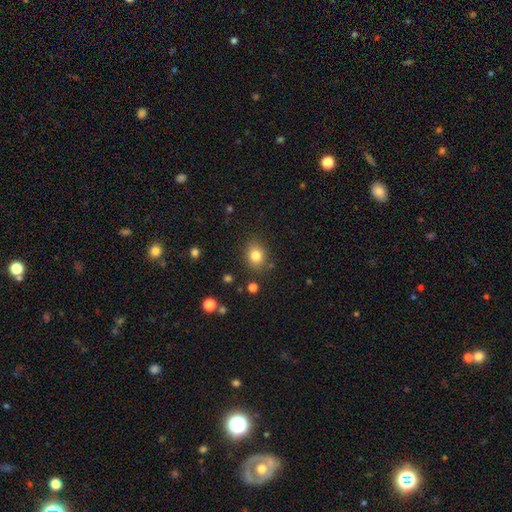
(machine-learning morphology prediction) smooth 82%, star or artifact 11%, featured or disk 7%. Down the decision tree: how rounded — round (60%); merging — none (82%).